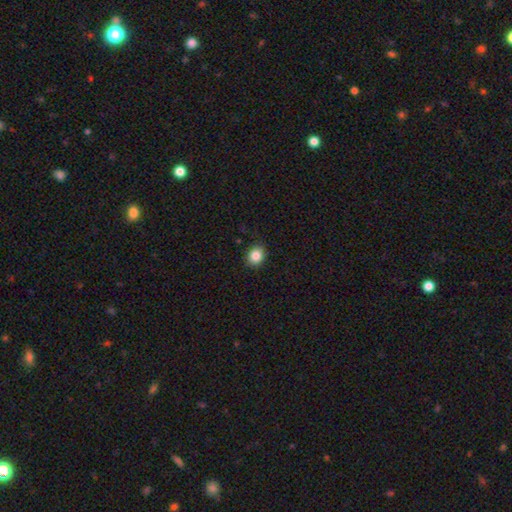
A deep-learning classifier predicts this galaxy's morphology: Smooth or featured: smooth — 86% (star or artifact — 10%)
How rounded: round — 54% (in between — 45%)
Merging: none — 87% (minor disturbance — 10%)